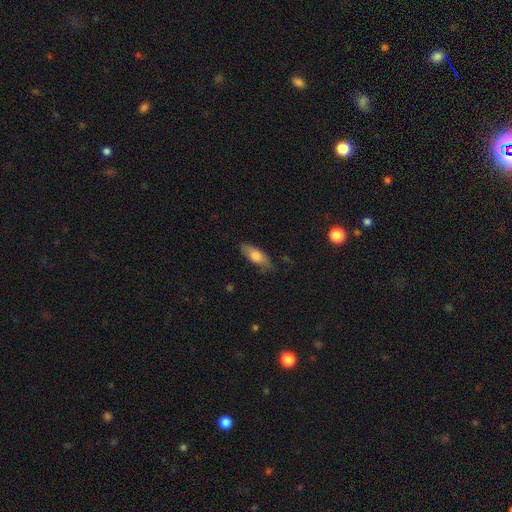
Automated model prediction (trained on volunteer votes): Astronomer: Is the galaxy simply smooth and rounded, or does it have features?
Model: smooth — 73%.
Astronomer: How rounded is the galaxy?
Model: in between — 69%.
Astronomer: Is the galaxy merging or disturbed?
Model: none — 76%.